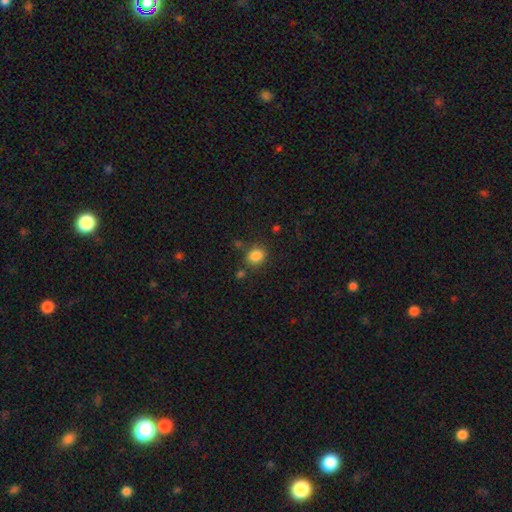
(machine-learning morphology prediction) Overall: smooth (85%). How rounded: round (52%; in between 47%). Merging: none (76%).